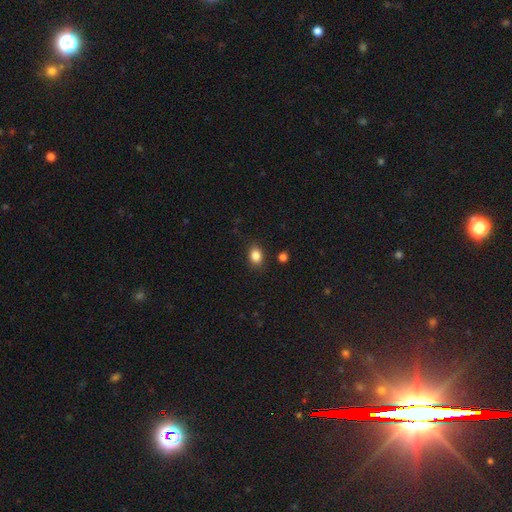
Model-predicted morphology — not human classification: This appears to be a smooth galaxy with no disk features (84%) that is in between round and cigar-shaped (59%). Merging: none (84%).